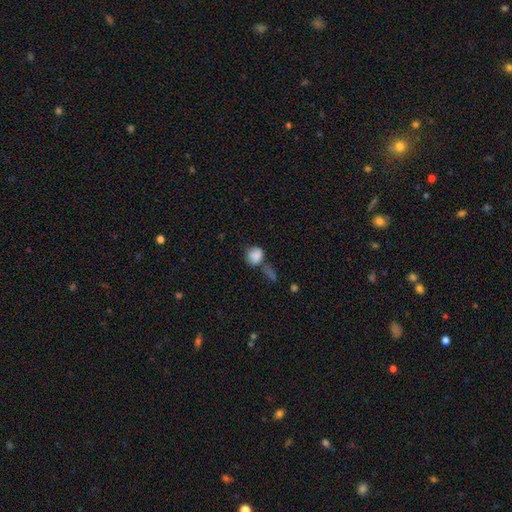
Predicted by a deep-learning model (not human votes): Overall: smooth (80%). How rounded: round (63%; in between 36%). Merging: none (40%; merger 24%).